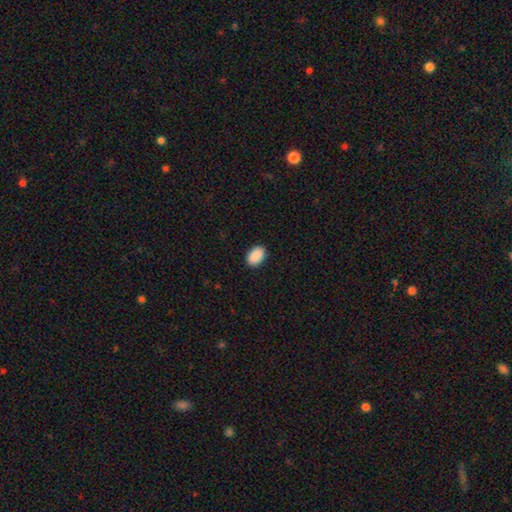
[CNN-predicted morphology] smooth-or-featured: smooth: 91% | star or artifact: 7% | featured or disk: 2%
  how-rounded: in between: 90% | round: 9% | cigar-shaped: 1%
  merging: none: 90% | minor disturbance: 7% | major disturbance: 2% | merger: 1%